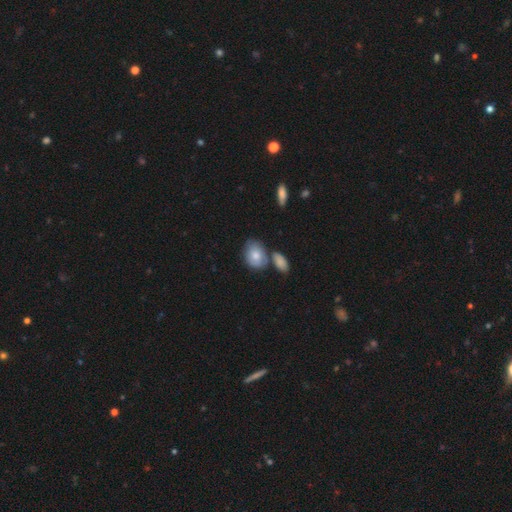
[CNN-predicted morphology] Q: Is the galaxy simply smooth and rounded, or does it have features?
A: smooth — 75%.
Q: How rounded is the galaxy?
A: in between — 70%.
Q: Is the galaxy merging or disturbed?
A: none — 53%.